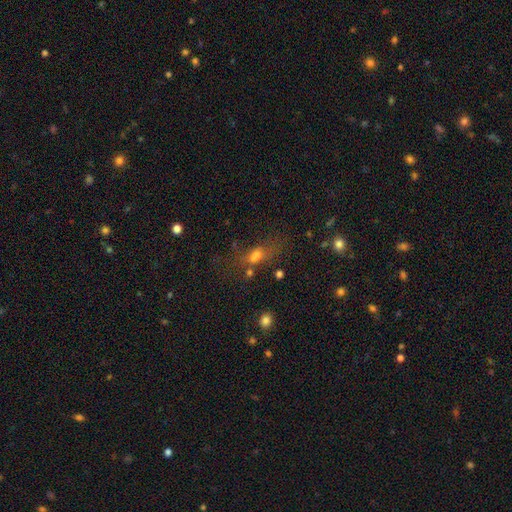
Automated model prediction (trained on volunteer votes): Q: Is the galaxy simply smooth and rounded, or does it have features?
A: smooth — 56%.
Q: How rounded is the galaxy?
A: in between — 59%.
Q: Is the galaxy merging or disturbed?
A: none — 45%.